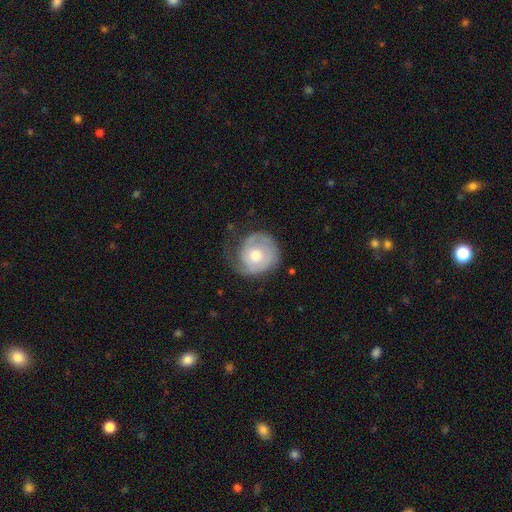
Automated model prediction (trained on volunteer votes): Morphology: type=featured or disk (66%); edge-on=no (97%); bar=no (80%); spiral arms=yes (86%); winding=tight (64%); arm count=1 (39%); bulge=moderate (72%); merging=none (58%).